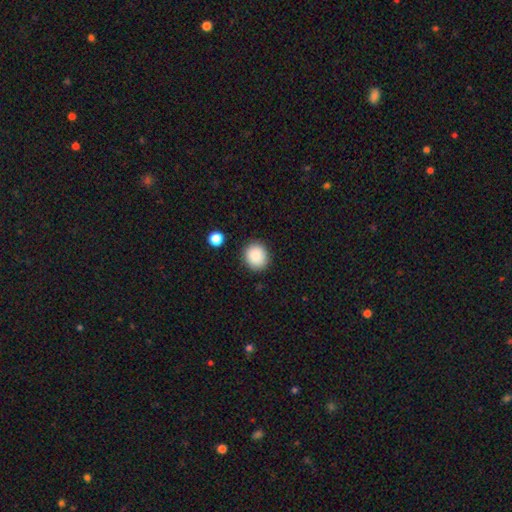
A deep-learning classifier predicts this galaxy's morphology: Overall: smooth (88%). How rounded: round (81%). Merging: none (88%).